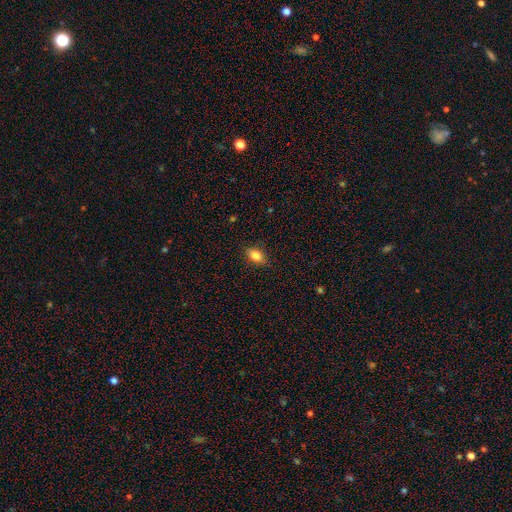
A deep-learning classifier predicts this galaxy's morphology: type=smooth (84%); roundness=in between (85%); merging=none (85%).